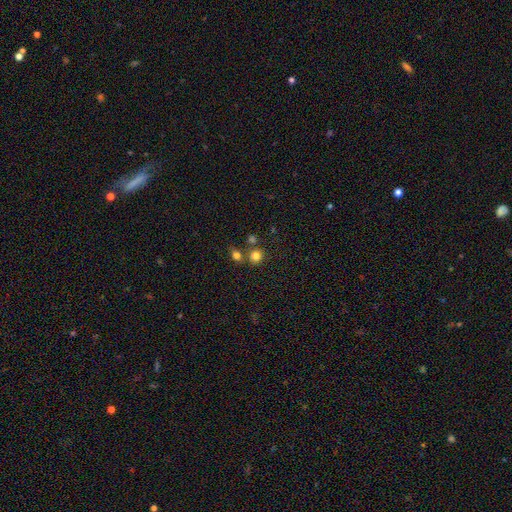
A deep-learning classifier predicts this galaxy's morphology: Smooth or featured? Predicted: smooth (p=0.79). How rounded? Predicted: round (p=0.89). Merging? Predicted: none (p=0.68).